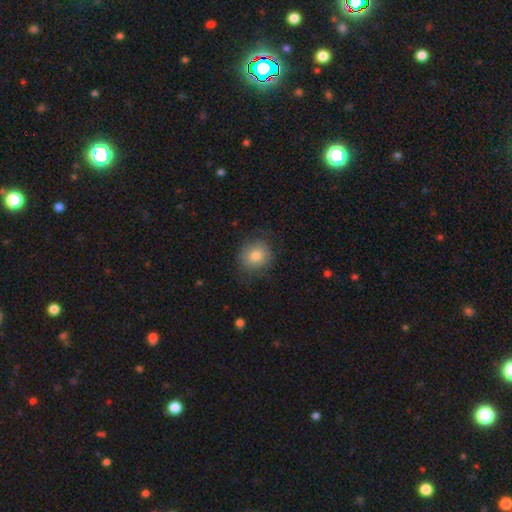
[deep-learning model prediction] Smooth or featured: smooth — 78% (featured or disk — 13%)
How rounded: round — 82% (in between — 18%)
Merging: none — 77% (minor disturbance — 16%)